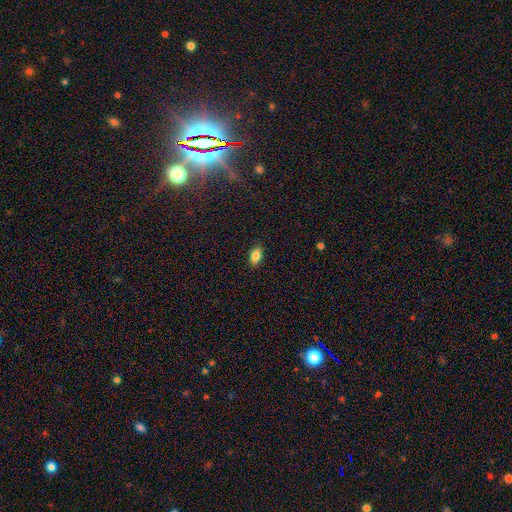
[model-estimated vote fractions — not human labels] smooth-or-featured: smooth: 85% | star or artifact: 9% | featured or disk: 6%
  how-rounded: in between: 90% | round: 7% | cigar-shaped: 3%
  merging: none: 88% | minor disturbance: 9% | major disturbance: 2% | merger: 1%